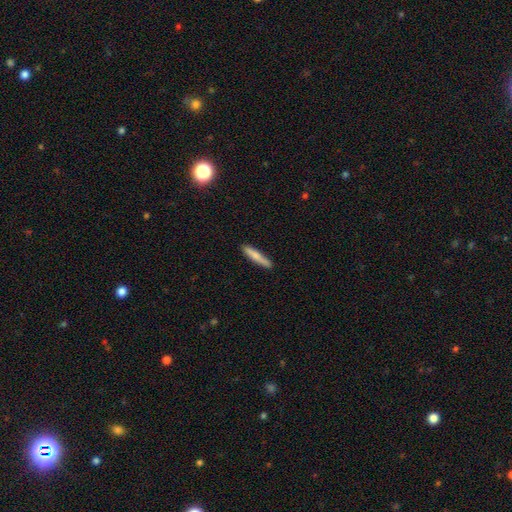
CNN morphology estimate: smooth_or_featured: smooth (p=0.74) [alt: featured or disk p=0.20]
how_rounded: cigar-shaped (p=0.91) [alt: in between p=0.08]
merging: none (p=0.87) [alt: minor disturbance p=0.10]